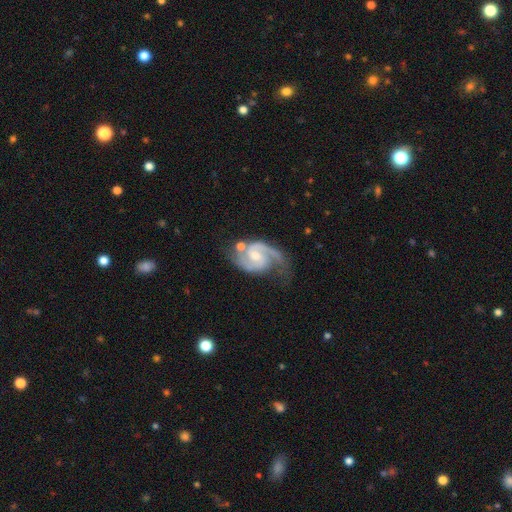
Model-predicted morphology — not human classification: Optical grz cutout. It shows a featured or disk galaxy (91%) with a weak bar (49%), 2 (88%) medium (58%) spiral arms (98%) and a moderate central bulge (55%). Merging: none (53%).